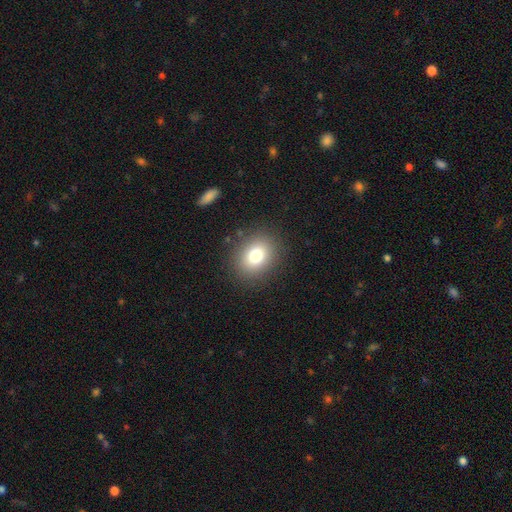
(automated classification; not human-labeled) Q: Smooth or featured?
A: smooth (78%); runner-up: star or artifact (12%)
Q: How rounded?
A: round (55%); runner-up: in between (44%)
Q: Merging?
A: none (87%); runner-up: minor disturbance (8%)